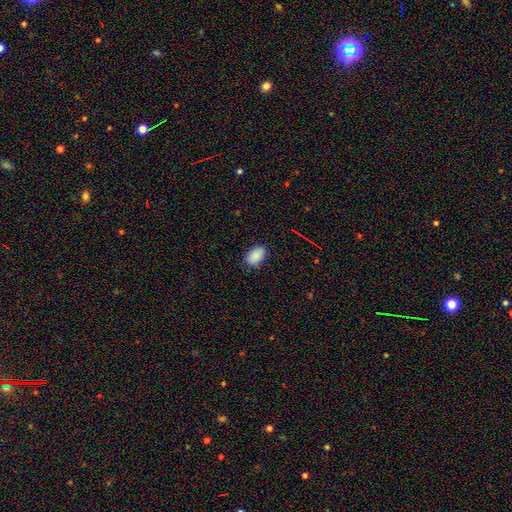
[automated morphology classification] Smooth or featured? Predicted: smooth (p=0.88). How rounded? Predicted: in between (p=0.90). Merging? Predicted: none (p=0.84).